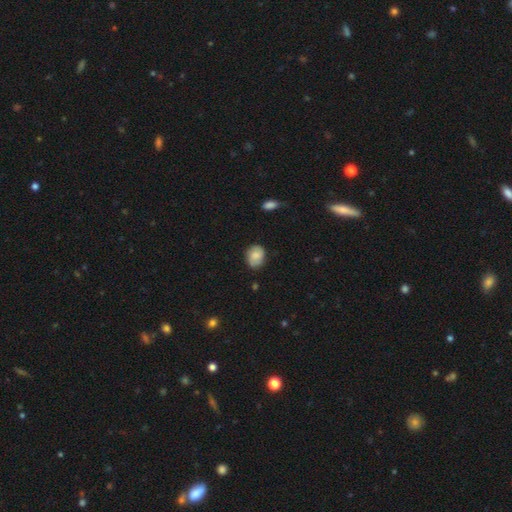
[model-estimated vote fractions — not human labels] This is likely a smooth galaxy (75%). How rounded: possibly round (53%). Merging: likely none (75%).